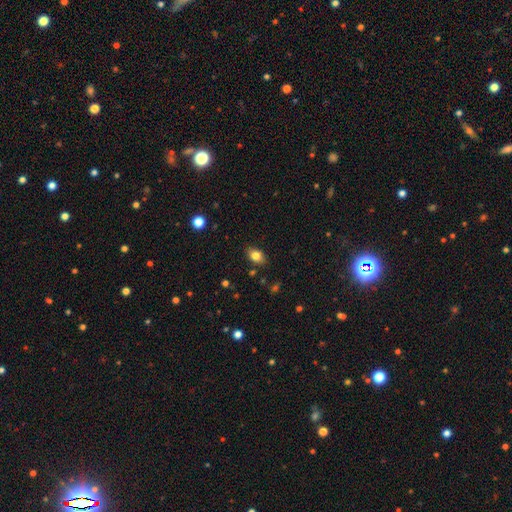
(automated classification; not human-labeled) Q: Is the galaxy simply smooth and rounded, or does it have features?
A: smooth — 81%.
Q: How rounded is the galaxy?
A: in between — 83%.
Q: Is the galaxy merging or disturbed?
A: none — 84%.